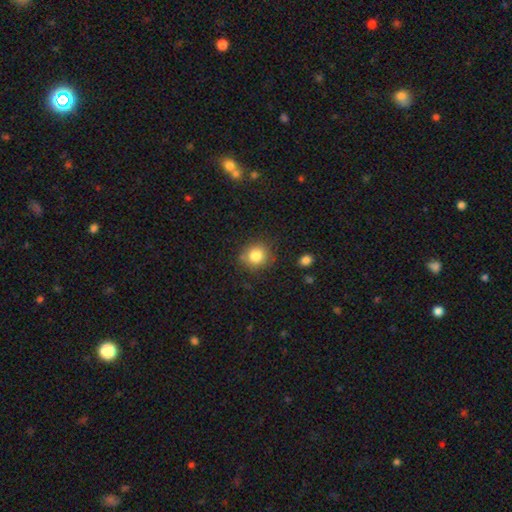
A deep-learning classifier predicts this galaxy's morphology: Smooth or featured?
  - smooth: 83% *
  - star or artifact: 10%
  - featured or disk: 7%
How rounded?
  - round: 84% *
  - in between: 16%
  - cigar-shaped: 1%
Merging?
  - none: 81% *
  - minor disturbance: 13%
  - major disturbance: 3%
  - merger: 3%